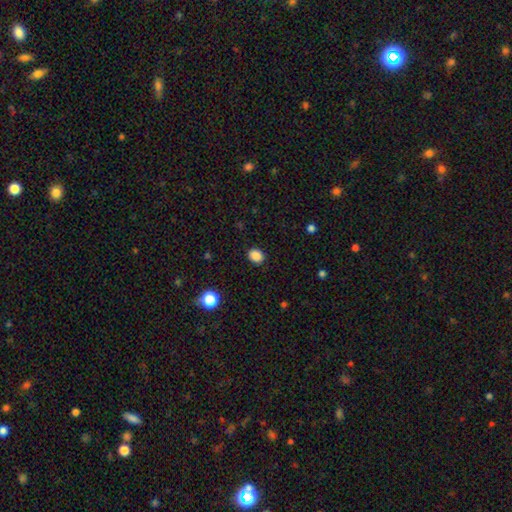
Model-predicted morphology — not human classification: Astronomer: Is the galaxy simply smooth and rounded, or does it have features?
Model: smooth — 87%.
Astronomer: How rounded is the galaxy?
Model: round — 50% (runner-up: in between, 49%).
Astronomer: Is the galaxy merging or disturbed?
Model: none — 89%.